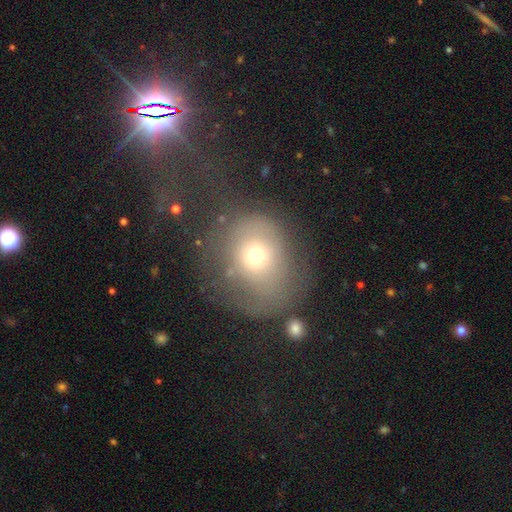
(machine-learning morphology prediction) This appears to be a smooth galaxy with no disk features (62%) that is round (72%). Merging: none (37%).